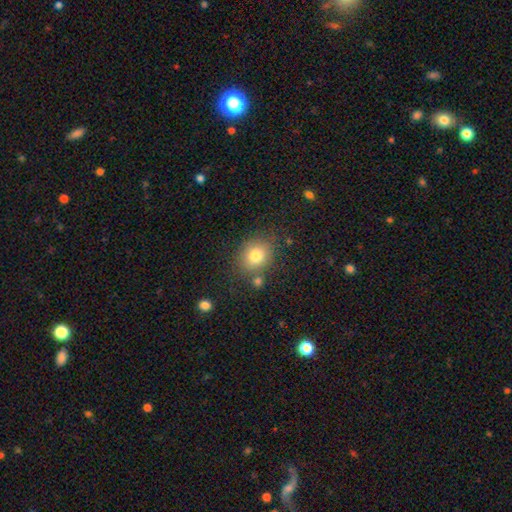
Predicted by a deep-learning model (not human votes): This is likely a smooth galaxy (78%). How rounded: likely round (64%). Merging: likely none (75%).